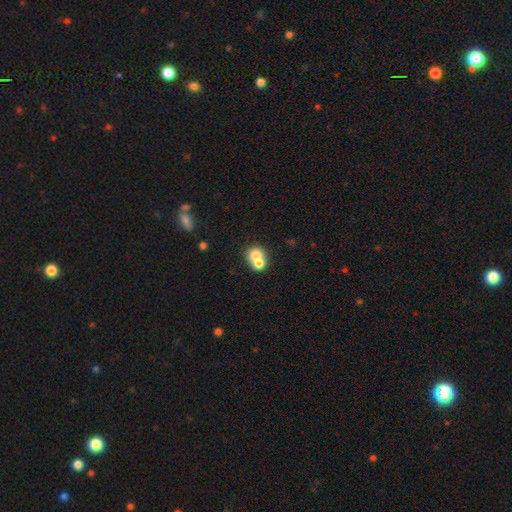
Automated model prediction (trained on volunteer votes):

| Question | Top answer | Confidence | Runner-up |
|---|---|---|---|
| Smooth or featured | smooth | 72% | featured or disk (18%) |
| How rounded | round | 72% | in between (27%) |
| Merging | merger | 65% | none (27%) |